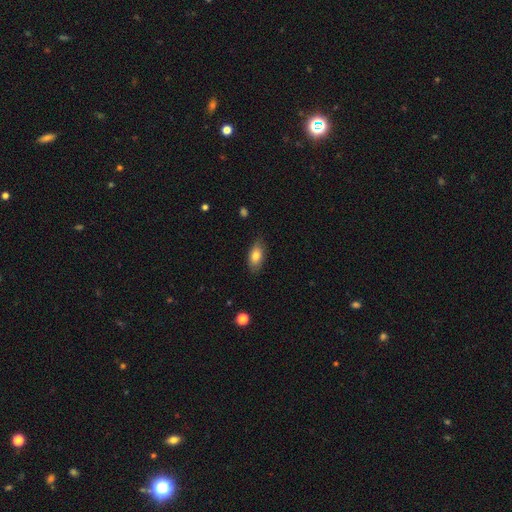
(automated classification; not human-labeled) smooth-or-featured: smooth: 80% | featured or disk: 13% | star or artifact: 7%
  how-rounded: in between: 89% | cigar-shaped: 7% | round: 4%
  merging: none: 81% | minor disturbance: 15% | major disturbance: 3% | merger: 1%